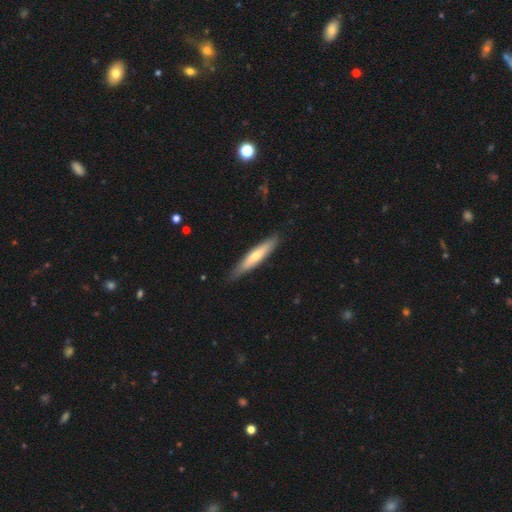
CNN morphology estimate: Smooth or featured? smooth (55%)
How rounded? cigar-shaped (85%)
Merging? none (84%)